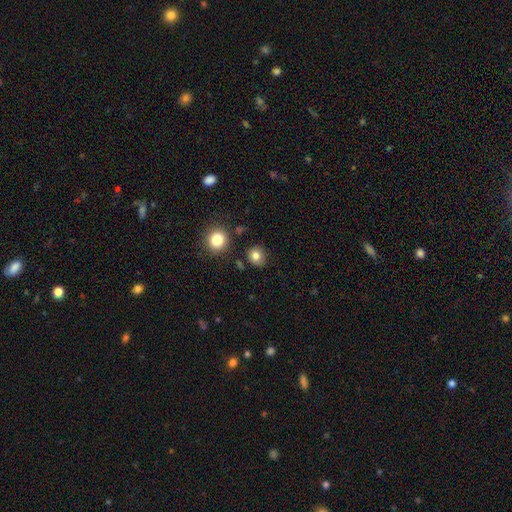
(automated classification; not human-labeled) Smooth or featured: smooth — 80% (star or artifact — 11%)
How rounded: round — 81% (in between — 18%)
Merging: none — 81% (minor disturbance — 12%)